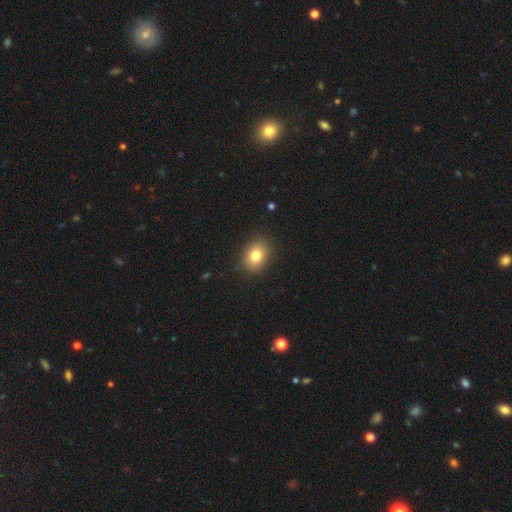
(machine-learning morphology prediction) Smooth or featured?
  - smooth: 81% *
  - star or artifact: 10%
  - featured or disk: 9%
How rounded?
  - in between: 56% *
  - round: 43%
  - cigar-shaped: 1%
Merging?
  - none: 88% *
  - minor disturbance: 9%
  - major disturbance: 2%
  - merger: 1%